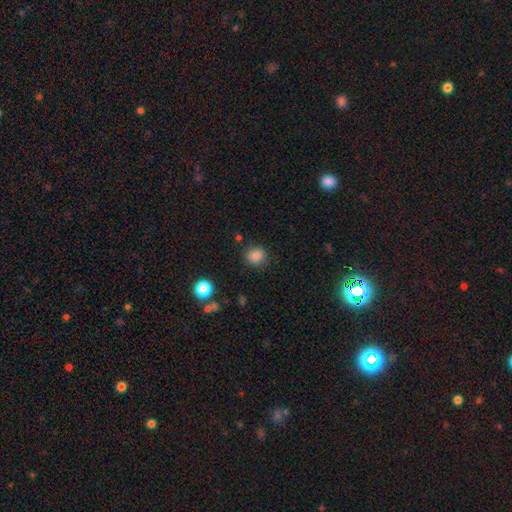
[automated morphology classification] The model was most divided on "how rounded": round: 81%, in between: 18%, cigar-shaped: 1%. More confident: merging — none (86%); smooth or featured — smooth (85%).